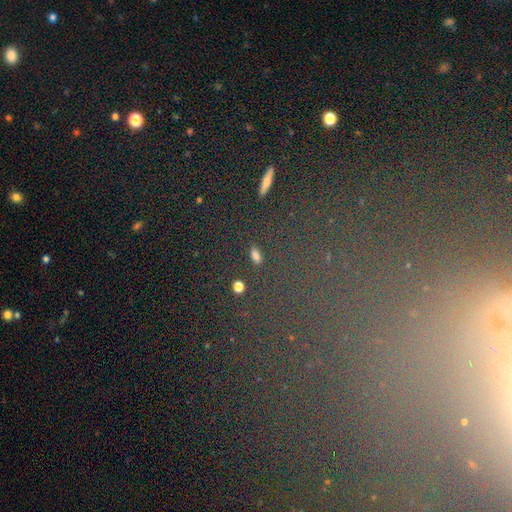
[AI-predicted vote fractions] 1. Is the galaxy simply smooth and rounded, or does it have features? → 74% smooth, 19% star or artifact, 6% featured or disk.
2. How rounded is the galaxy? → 80% in between, 10% round, 10% cigar-shaped.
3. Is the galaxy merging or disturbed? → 87% none, 8% minor disturbance, 3% major disturbance, 3% merger.